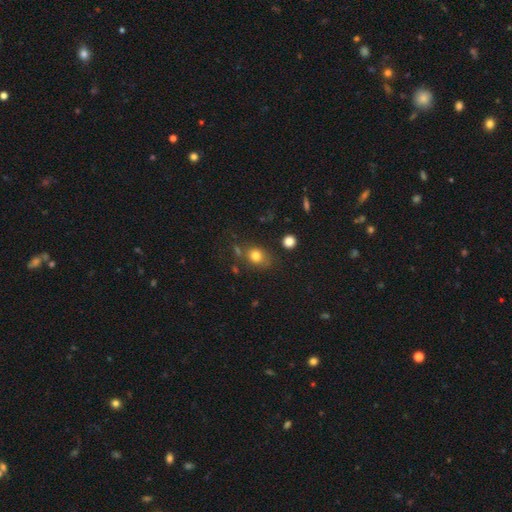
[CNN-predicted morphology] A smooth galaxy with no disk features (79%) that is round (56%).

Vote fractions:
- Smooth or featured? smooth: 79% / star or artifact: 12% / featured or disk: 8%
- How rounded? round: 56% / in between: 42% / cigar-shaped: 1%
- Merging? none: 64% / minor disturbance: 20% / merger: 8% / major disturbance: 8%